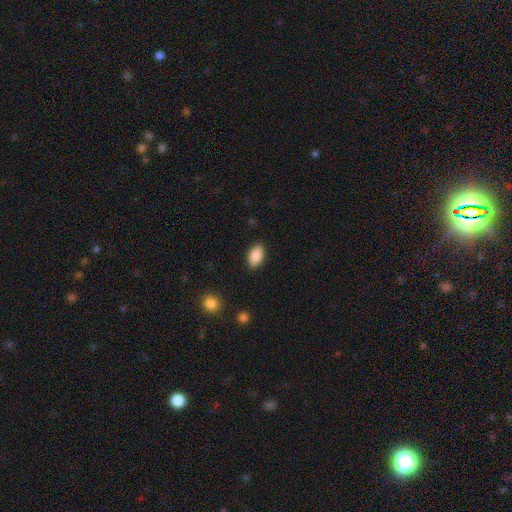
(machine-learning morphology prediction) smooth-or-featured: smooth: 88% | star or artifact: 7% | featured or disk: 5%
  how-rounded: in between: 92% | round: 5% | cigar-shaped: 3%
  merging: none: 86% | minor disturbance: 10% | major disturbance: 3% | merger: 1%